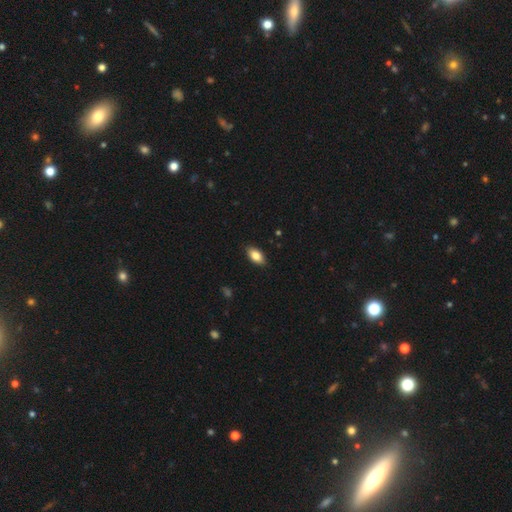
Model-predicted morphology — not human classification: Smooth or featured? Predicted: smooth (p=0.82). How rounded? Predicted: in between (p=0.91). Merging? Predicted: none (p=0.87).